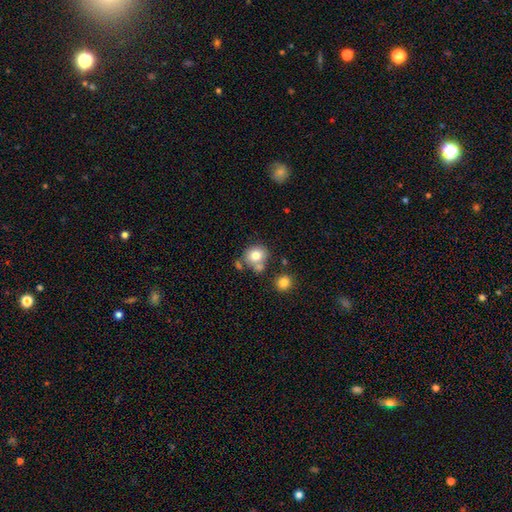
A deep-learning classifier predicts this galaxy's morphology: A smooth galaxy with no disk features (77%) that is round (76%). Merging: none (57%).